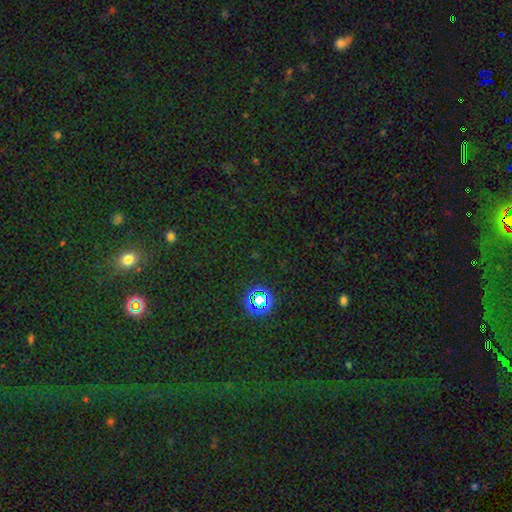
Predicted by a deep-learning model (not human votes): Morphology: type=star or artifact (61%).